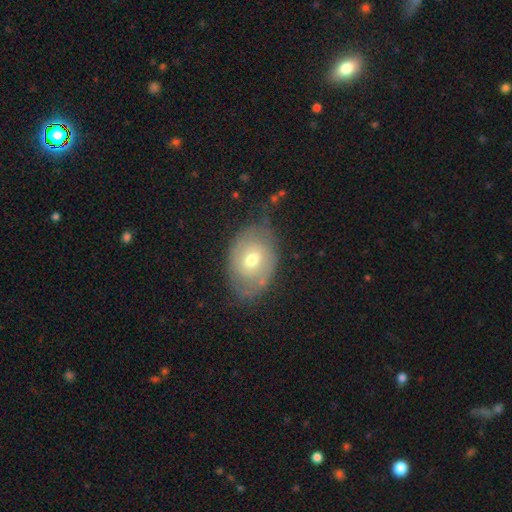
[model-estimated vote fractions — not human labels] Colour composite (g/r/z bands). It shows a smooth galaxy with no disk features (47%). Merging: none (62%).